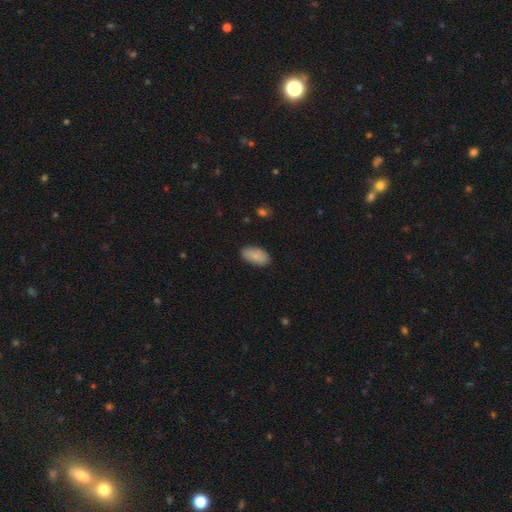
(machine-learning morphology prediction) The model was most divided on "smooth or featured": smooth: 82%, featured or disk: 11%, star or artifact: 6%. More confident: how rounded — in between (94%); merging — none (86%).